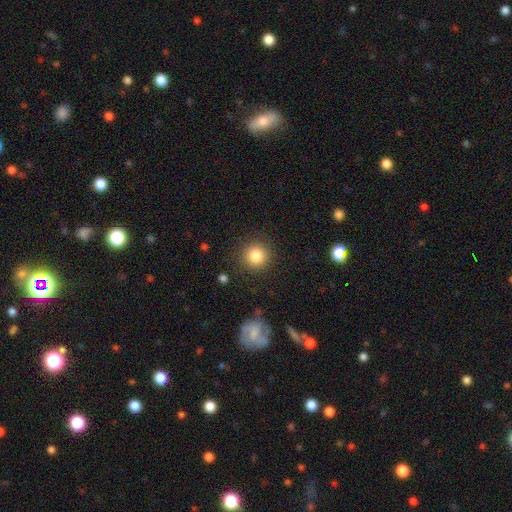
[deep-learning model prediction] Q: Smooth or featured?
A: smooth (84%); runner-up: star or artifact (11%)
Q: How rounded?
A: round (93%); runner-up: in between (6%)
Q: Merging?
A: none (88%); runner-up: minor disturbance (7%)